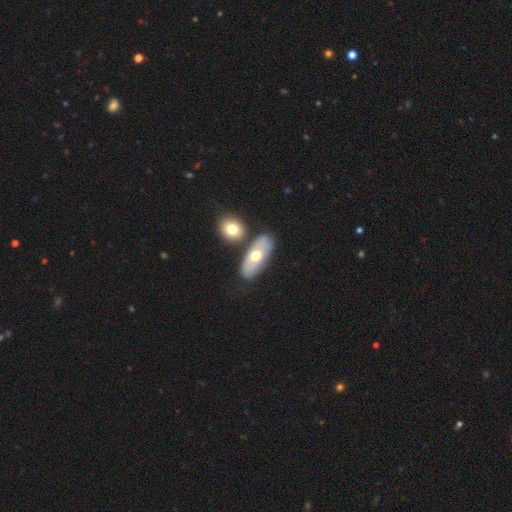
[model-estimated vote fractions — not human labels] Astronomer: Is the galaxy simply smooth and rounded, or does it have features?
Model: smooth — 52% (runner-up: featured or disk, 43%).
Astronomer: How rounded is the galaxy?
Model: in between — 83%.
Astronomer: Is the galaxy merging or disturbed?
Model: none — 69%.